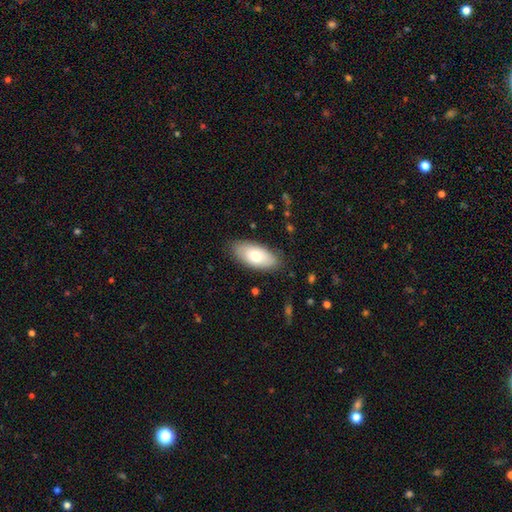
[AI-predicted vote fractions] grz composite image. It shows a smooth galaxy with no disk features (72%) that is in between round and cigar-shaped (92%). Merging: none (84%).